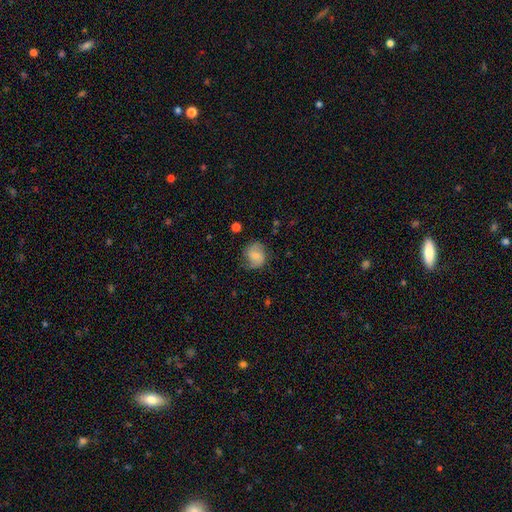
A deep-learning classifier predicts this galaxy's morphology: type=smooth (47%); merging=none (68%).